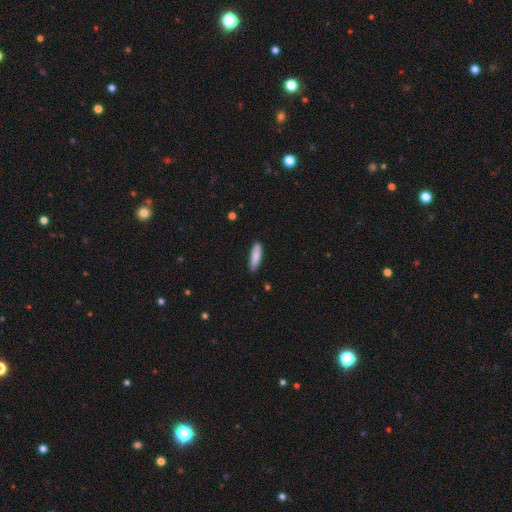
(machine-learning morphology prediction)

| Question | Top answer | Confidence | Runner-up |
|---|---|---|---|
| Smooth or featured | smooth | 85% | featured or disk (9%) |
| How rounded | cigar-shaped | 65% | in between (33%) |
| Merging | none | 86% | minor disturbance (11%) |